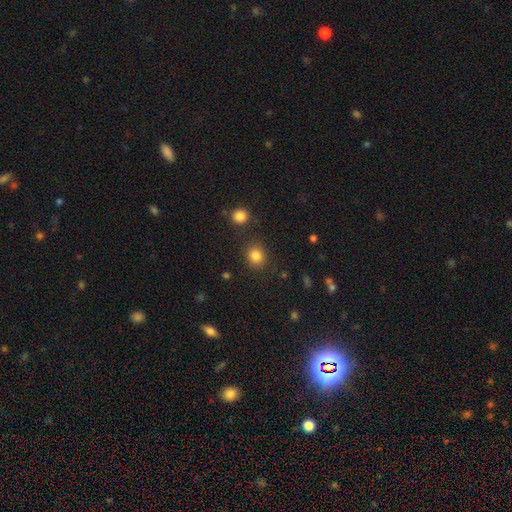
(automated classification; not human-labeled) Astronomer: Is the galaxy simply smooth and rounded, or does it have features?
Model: smooth — 84%.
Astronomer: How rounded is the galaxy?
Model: round — 81%.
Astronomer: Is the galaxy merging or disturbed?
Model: none — 87%.